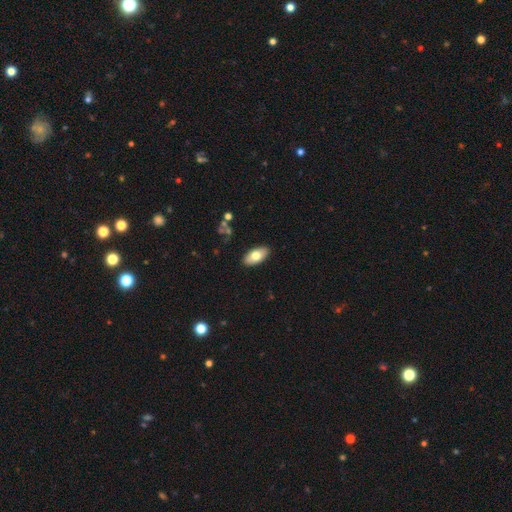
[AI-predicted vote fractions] Smooth or featured?
  - smooth: 73% *
  - featured or disk: 21%
  - star or artifact: 6%
How rounded?
  - in between: 93% *
  - cigar-shaped: 4%
  - round: 3%
Merging?
  - none: 88% *
  - minor disturbance: 9%
  - major disturbance: 2%
  - merger: 1%